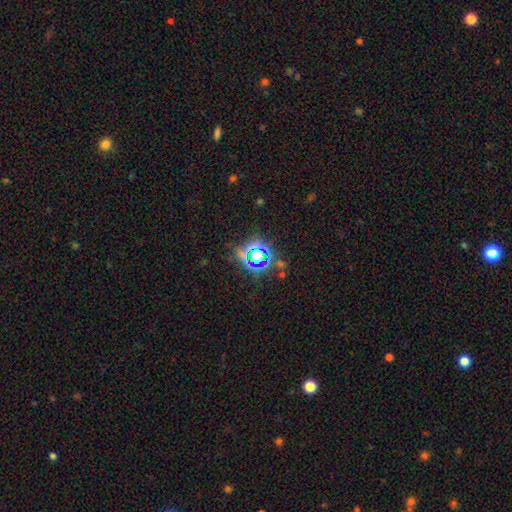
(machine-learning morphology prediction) This appears to be a star or artifact, not a galaxy (67%).